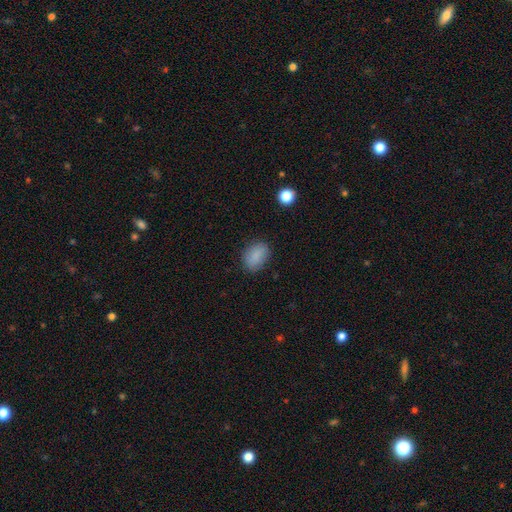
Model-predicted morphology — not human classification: A smooth galaxy with no disk features (86%) that is in between round and cigar-shaped (79%). Merging: none (82%).